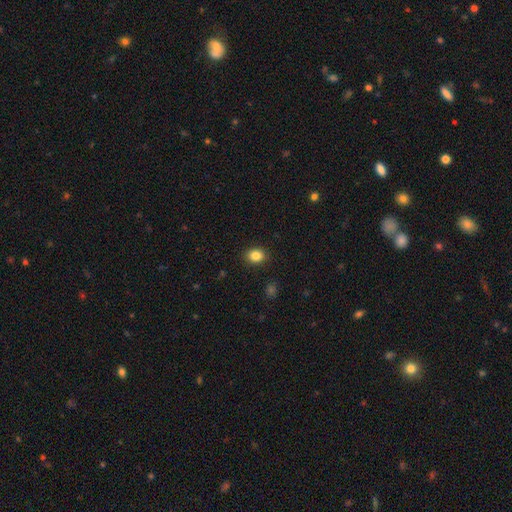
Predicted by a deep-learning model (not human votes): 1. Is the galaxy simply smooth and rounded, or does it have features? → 85% smooth, 10% star or artifact, 5% featured or disk.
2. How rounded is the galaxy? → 51% round, 48% in between, 1% cigar-shaped.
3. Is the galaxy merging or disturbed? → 90% none, 7% minor disturbance, 2% major disturbance, 1% merger.